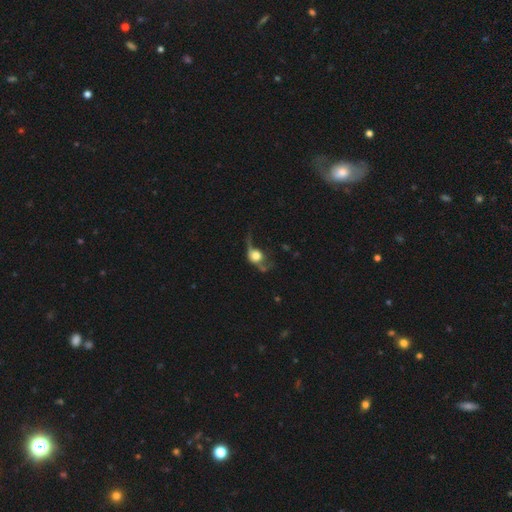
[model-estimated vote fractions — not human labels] Q: Smooth or featured?
A: smooth (56%); runner-up: featured or disk (33%)
Q: How rounded?
A: round (73%); runner-up: in between (25%)
Q: Merging?
A: major disturbance (49%); runner-up: none (24%)